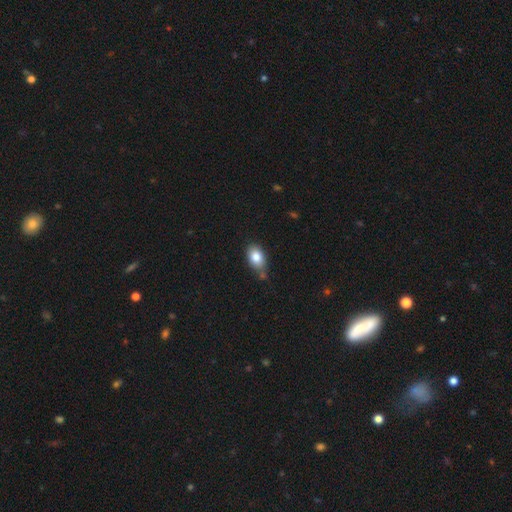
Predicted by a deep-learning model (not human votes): This is clearly a smooth galaxy (83%). How rounded: clearly in between (84%). Merging: likely none (62%).